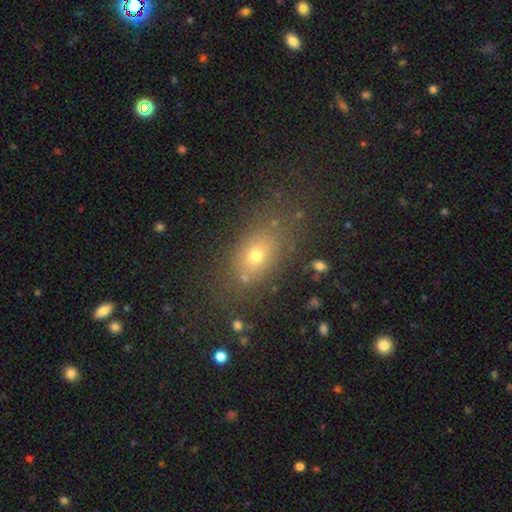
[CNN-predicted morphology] A smooth galaxy with no disk features (65%) that is in between round and cigar-shaped (68%). Merging: none (77%).